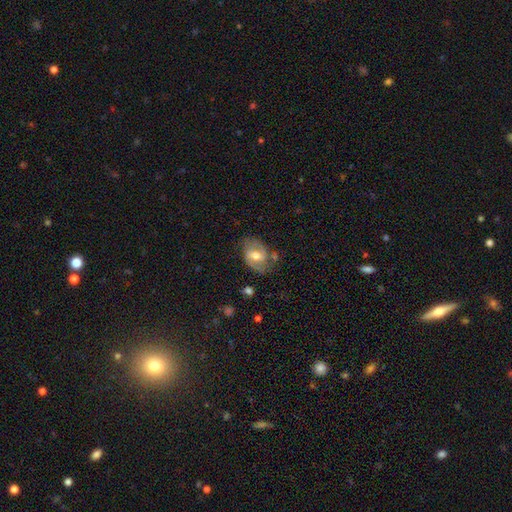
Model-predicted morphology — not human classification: The model was most divided on "bar": weak: 48%, no: 30%, strong: 22%. More confident: edge-on disk — no (95%); spiral arms — yes (73%); bulge size — moderate (72%); merging — none (64%); smooth or featured — featured or disk (57%).